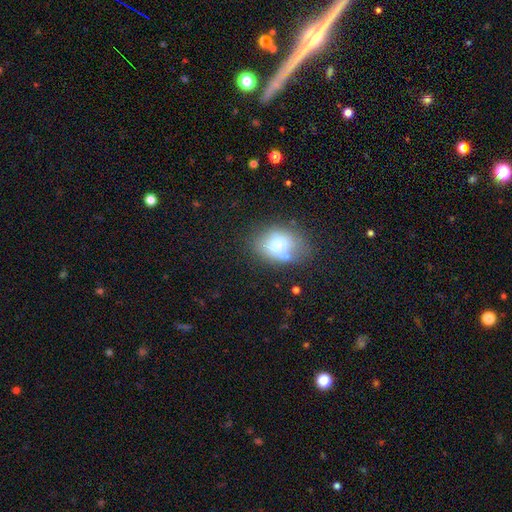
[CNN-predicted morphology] This appears to be a smooth galaxy with no disk features (70%) that is in between round and cigar-shaped (65%). Merging: none (66%).